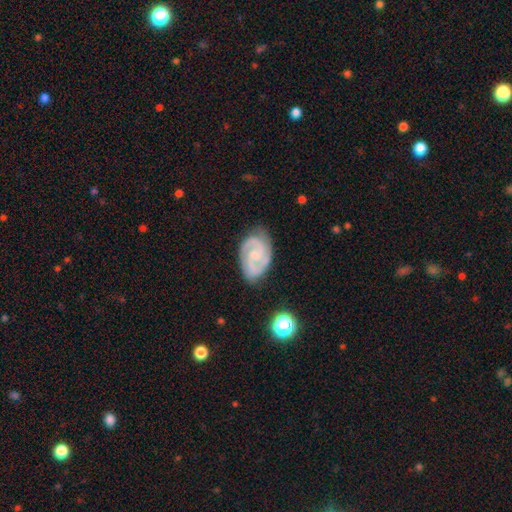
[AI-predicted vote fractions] Q: Smooth or featured?
A: featured or disk (88%); runner-up: smooth (7%)
Q: Edge-on disk?
A: no (98%); runner-up: yes (2%)
Q: Bar?
A: no (54%); runner-up: weak (38%)
Q: Spiral arms?
A: yes (98%); runner-up: no (2%)
Q: Spiral winding?
A: tight (54%); runner-up: medium (40%)
Q: Spiral arm count?
A: 2 (87%); runner-up: 3 (5%)
Q: Bulge size?
A: small (57%); runner-up: moderate (30%)
Q: Merging?
A: none (79%); runner-up: minor disturbance (16%)